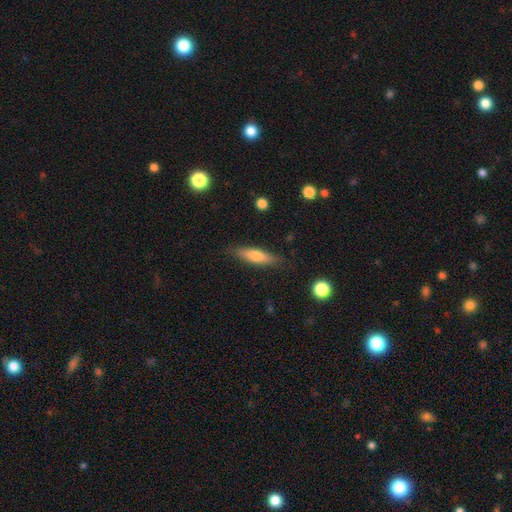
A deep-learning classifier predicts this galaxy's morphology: smooth 66%, featured or disk 27%, star or artifact 6%. Down the decision tree: how rounded — cigar-shaped (70%); merging — none (83%).